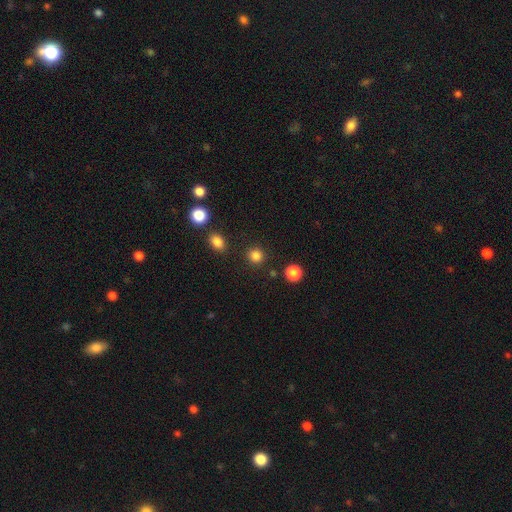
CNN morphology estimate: Smooth or featured?
  - smooth: 84% *
  - star or artifact: 12%
  - featured or disk: 4%
How rounded?
  - round: 90% *
  - in between: 9%
  - cigar-shaped: 1%
Merging?
  - none: 88% *
  - minor disturbance: 6%
  - merger: 3%
  - major disturbance: 3%